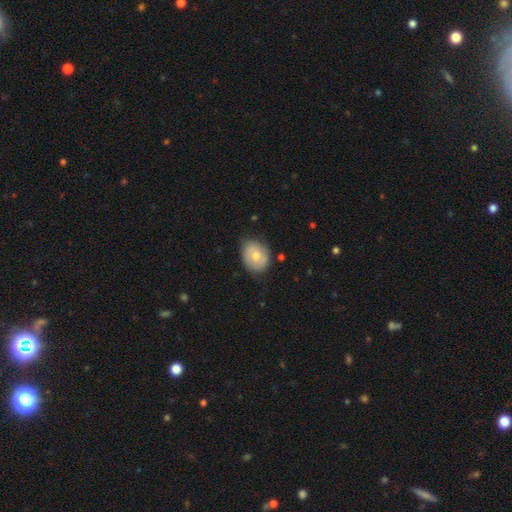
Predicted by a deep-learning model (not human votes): A smooth galaxy with no disk features (61%) that is round (50%).

Vote fractions:
- Smooth or featured? smooth: 61% / featured or disk: 32% / star or artifact: 7%
- How rounded? round: 50% / in between: 49% / cigar-shaped: 1%
- Merging? none: 71% / minor disturbance: 22% / major disturbance: 5% / merger: 2%